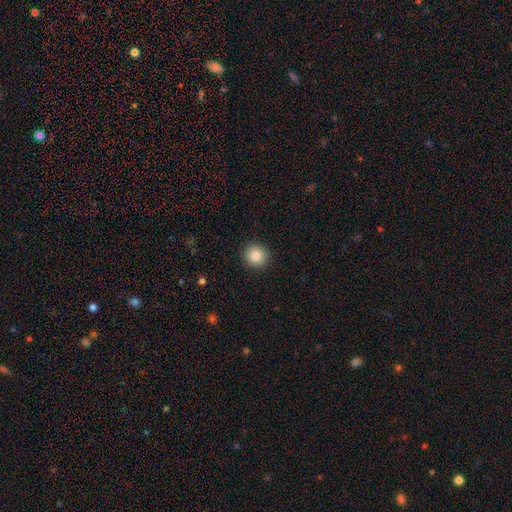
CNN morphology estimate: type=smooth (83%); roundness=round (95%); merging=none (92%).